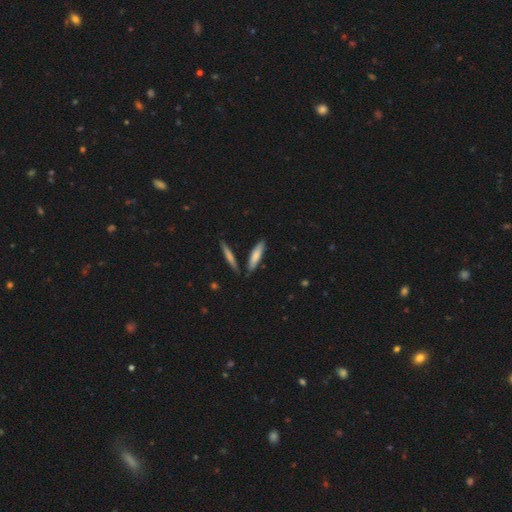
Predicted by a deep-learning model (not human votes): Smooth or featured: smooth — 72% (featured or disk — 22%)
How rounded: cigar-shaped — 78% (in between — 20%)
Merging: none — 80% (minor disturbance — 11%)